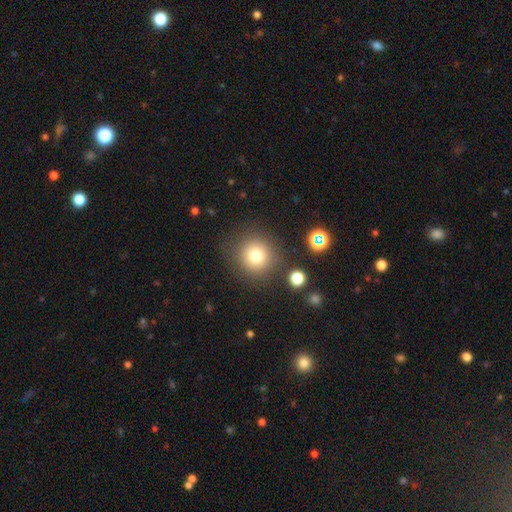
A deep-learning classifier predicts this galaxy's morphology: smooth-or-featured: smooth: 78% | star or artifact: 13% | featured or disk: 9%
  how-rounded: round: 93% | in between: 6% | cigar-shaped: 1%
  merging: none: 83% | minor disturbance: 9% | major disturbance: 4% | merger: 4%